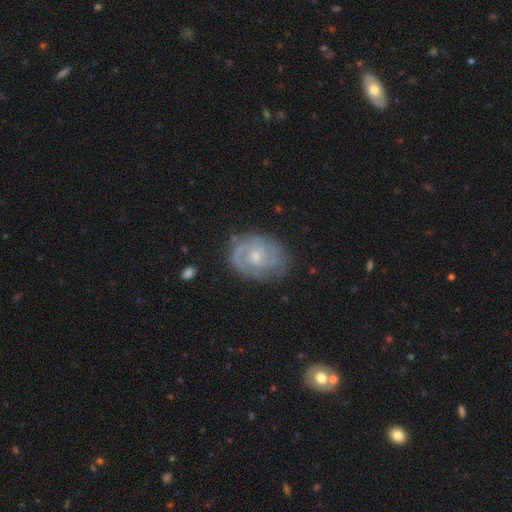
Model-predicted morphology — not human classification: Overall: featured or disk (83%). Edge-on disk: no (97%). Bar: no (68%; weak 29%). Spiral arms: yes (95%). Spiral arm count: 2 (61%). Spiral winding: tight (55%; medium 36%). Bulge size: small (58%; moderate 37%). Merging: none (77%).